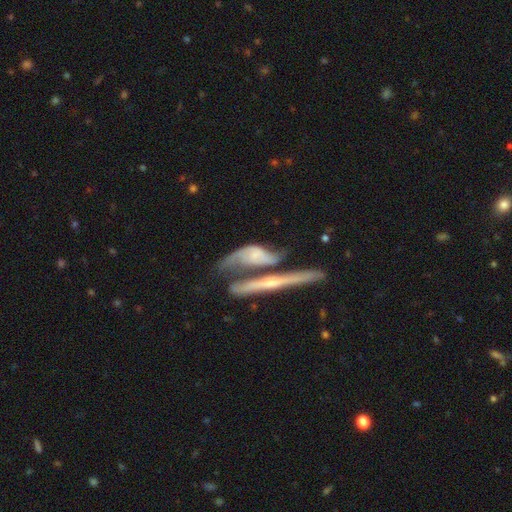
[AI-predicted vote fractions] Smooth or featured? featured or disk (69%)
Edge-on disk? no (58%)
Merging? merger (46%)